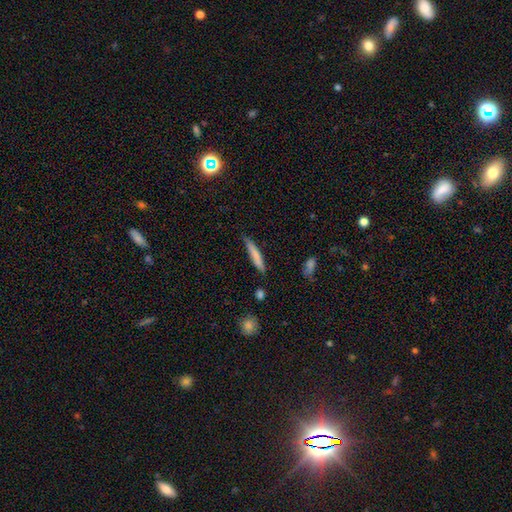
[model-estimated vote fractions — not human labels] Smooth or featured? Predicted: smooth (p=0.72). How rounded? Predicted: cigar-shaped (p=0.92). Merging? Predicted: none (p=0.79).